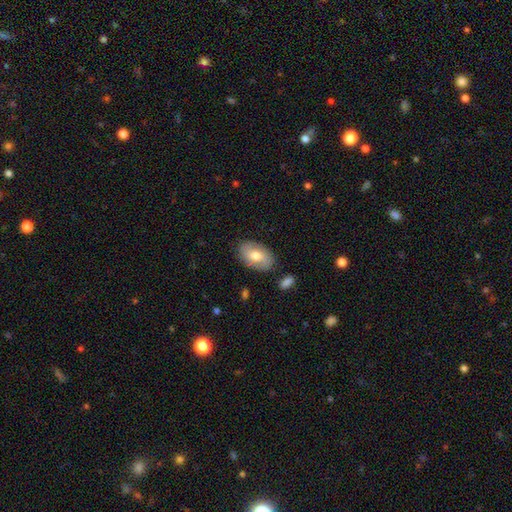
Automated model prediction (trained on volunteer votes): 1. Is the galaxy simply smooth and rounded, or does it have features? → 65% smooth, 29% featured or disk, 6% star or artifact.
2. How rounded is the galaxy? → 91% in between, 8% round, 1% cigar-shaped.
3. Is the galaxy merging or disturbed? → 82% none, 13% minor disturbance, 3% major disturbance, 2% merger.